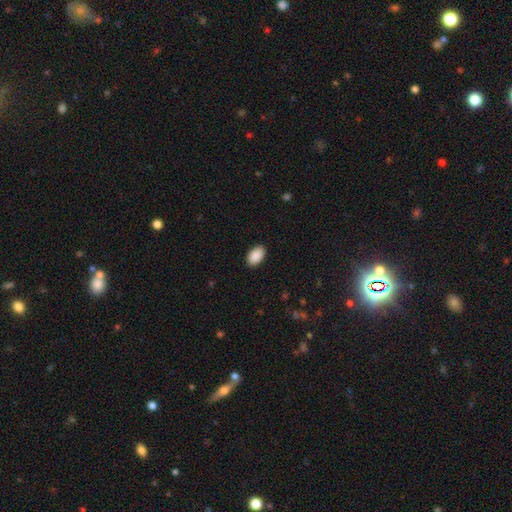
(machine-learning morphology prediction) A smooth galaxy with no disk features (91%) that is in between round and cigar-shaped (94%).

Vote fractions:
- Smooth or featured? smooth: 91% / star or artifact: 6% / featured or disk: 3%
- How rounded? in between: 94% / round: 5% / cigar-shaped: 1%
- Merging? none: 90% / minor disturbance: 7% / major disturbance: 2% / merger: 1%